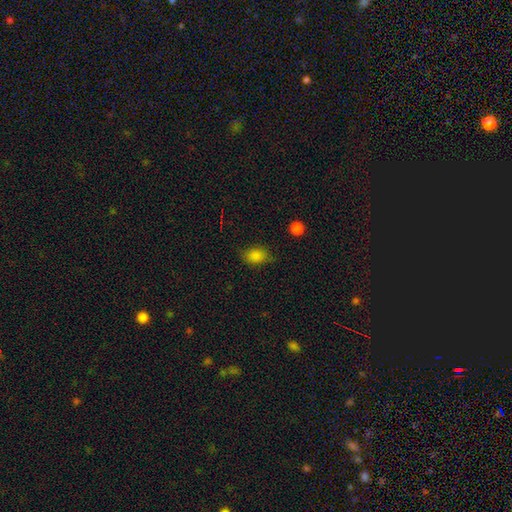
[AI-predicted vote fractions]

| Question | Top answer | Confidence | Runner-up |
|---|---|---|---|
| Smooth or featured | smooth | 82% | star or artifact (12%) |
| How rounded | in between | 72% | round (27%) |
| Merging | none | 71% | minor disturbance (23%) |